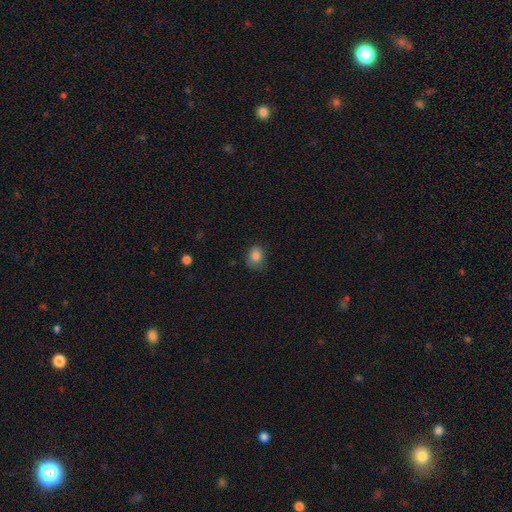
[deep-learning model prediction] smooth 85%, star or artifact 10%, featured or disk 5%. Down the decision tree: how rounded — in between (55%); merging — none (69%).